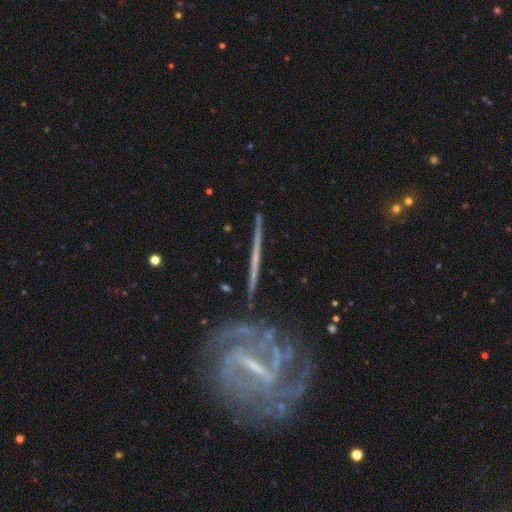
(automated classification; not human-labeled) A featured or disk galaxy (80%) viewed edge-on (83%) with no central bulge (73%). Merging: none (79%).